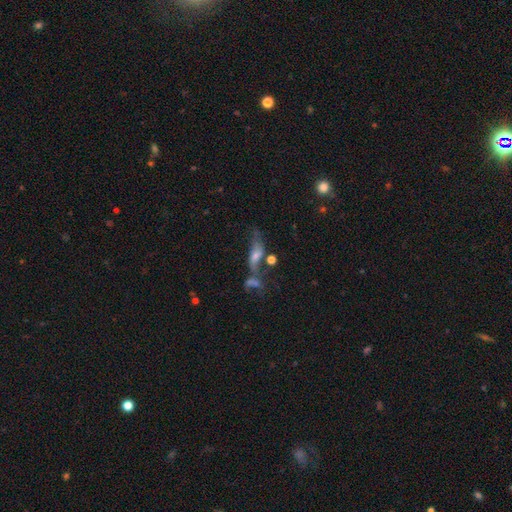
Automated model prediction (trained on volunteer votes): A featured or disk galaxy (49%). Merging: merger (36%).